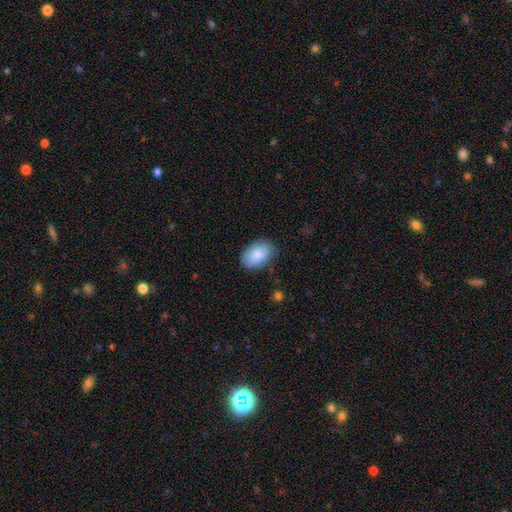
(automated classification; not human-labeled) Q: Smooth or featured?
A: smooth (84%); runner-up: featured or disk (10%)
Q: How rounded?
A: in between (87%); runner-up: round (12%)
Q: Merging?
A: none (77%); runner-up: minor disturbance (18%)